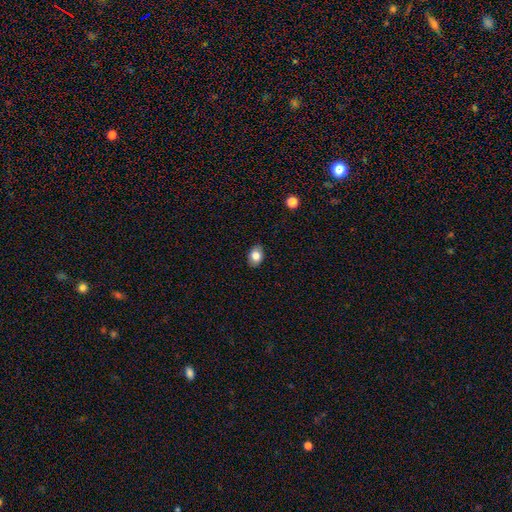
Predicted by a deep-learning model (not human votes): smooth_or_featured: smooth (p=0.81) [alt: featured or disk p=0.10]
how_rounded: in between (p=0.75) [alt: round p=0.24]
merging: none (p=0.87) [alt: minor disturbance p=0.10]